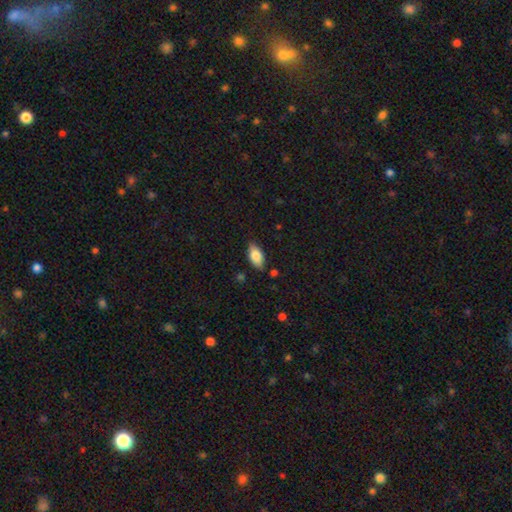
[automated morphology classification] smooth-or-featured: smooth: 80% | featured or disk: 13% | star or artifact: 7%
  how-rounded: in between: 91% | cigar-shaped: 6% | round: 3%
  merging: none: 83% | minor disturbance: 13% | major disturbance: 2% | merger: 2%